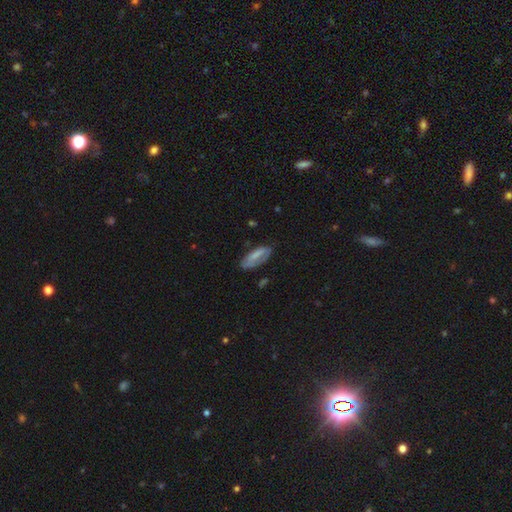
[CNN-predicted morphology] Overall: smooth (64%; featured or disk 29%). How rounded: in between (72%). Merging: none (61%; minor disturbance 26%).